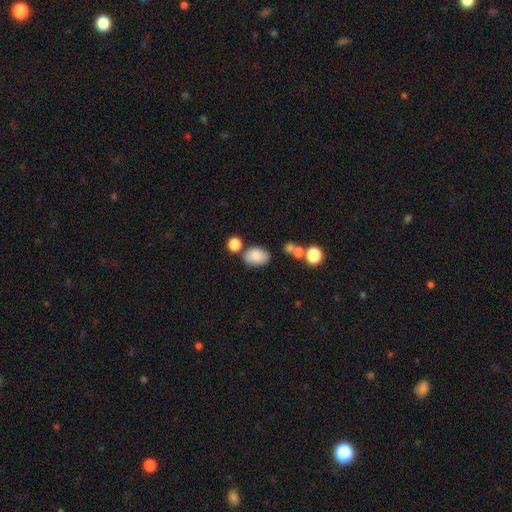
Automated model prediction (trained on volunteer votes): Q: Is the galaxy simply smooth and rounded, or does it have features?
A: smooth — 80%.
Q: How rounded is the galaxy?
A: in between — 79%.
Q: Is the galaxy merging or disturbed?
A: none — 64%.